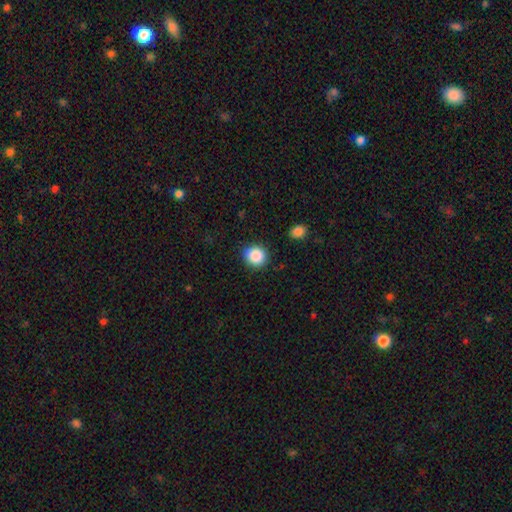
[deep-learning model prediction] Morphology: type=smooth (87%); roundness=round (84%); merging=none (87%).